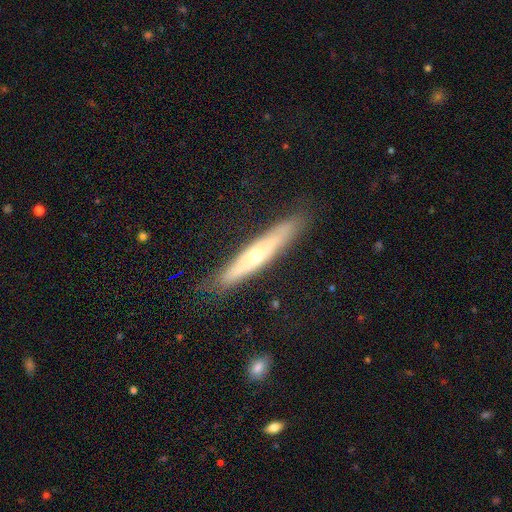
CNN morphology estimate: smooth-or-featured: featured or disk: 57% | smooth: 36% | star or artifact: 6%
  disk-edge-on: yes: 77% | no: 23%
  merging: none: 85% | minor disturbance: 11% | major disturbance: 3% | merger: 1%